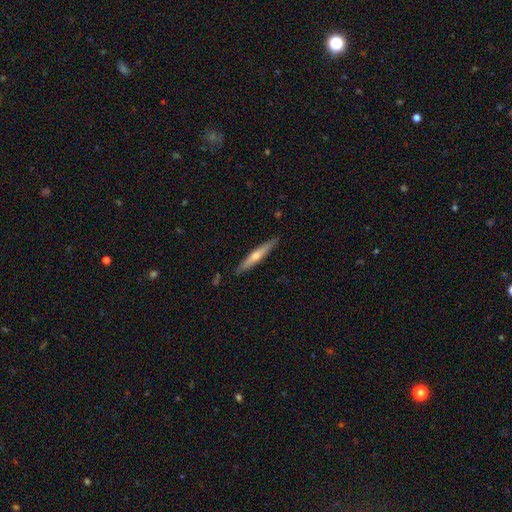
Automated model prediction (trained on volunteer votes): smooth_or_featured: featured or disk (p=0.51) [alt: smooth p=0.43]
disk_edge_on: yes (p=0.95) [alt: no p=0.05]
merging: none (p=0.89) [alt: minor disturbance p=0.08]